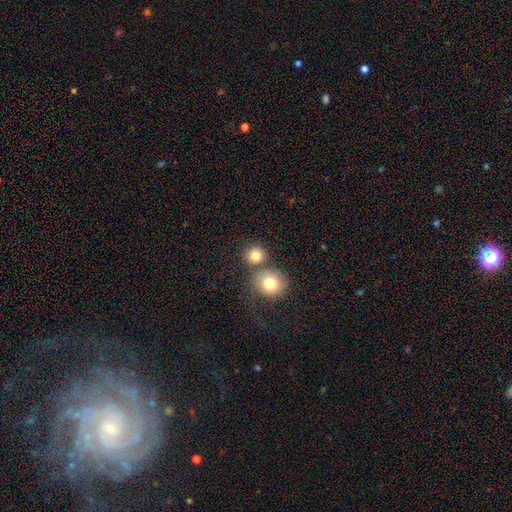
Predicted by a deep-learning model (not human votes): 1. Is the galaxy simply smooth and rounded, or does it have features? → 81% smooth, 10% star or artifact, 8% featured or disk.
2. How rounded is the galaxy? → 85% round, 14% in between, 1% cigar-shaped.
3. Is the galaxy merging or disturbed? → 61% none, 27% merger, 8% minor disturbance, 4% major disturbance.